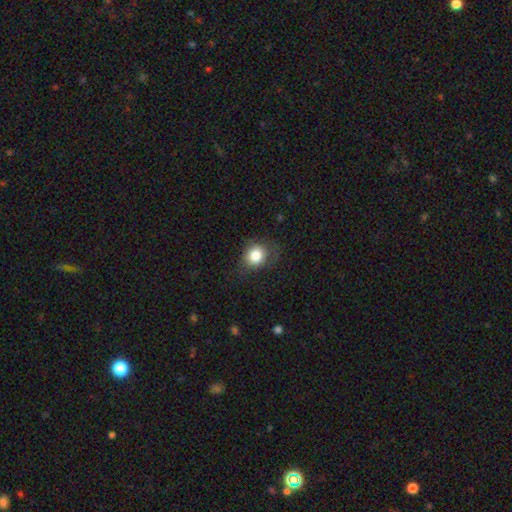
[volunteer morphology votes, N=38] smooth-or-featured: smooth: 87% | featured or disk: 8% | star or artifact: 5%
  how-rounded: round: 82% | in between: 18% | cigar-shaped: 0%
  merging: none: 47% | minor disturbance: 44% | major disturbance: 6% | merger: 3%